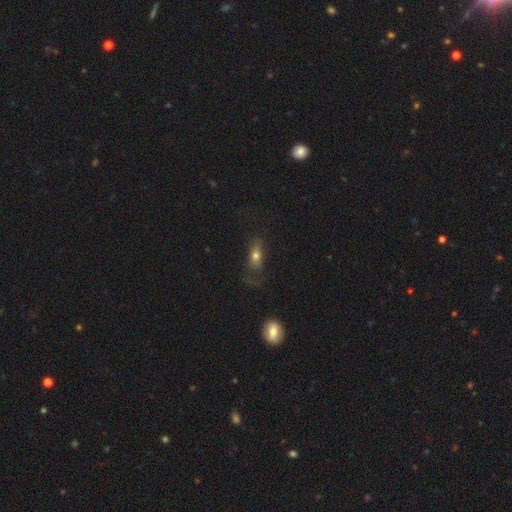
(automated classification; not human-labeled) Overall: smooth (67%). How rounded: in between (69%). Merging: none (50%; minor disturbance 25%).